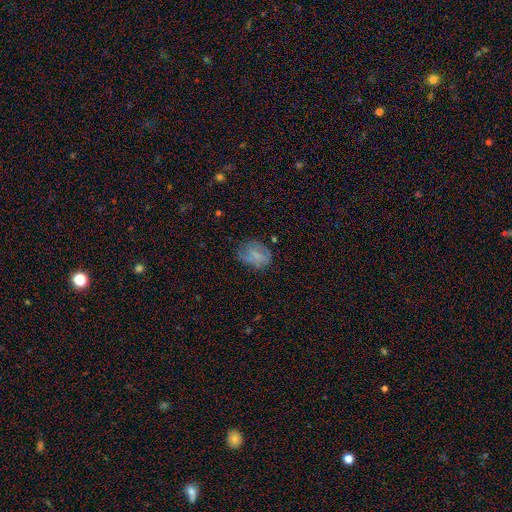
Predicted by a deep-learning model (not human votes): smooth 52%, featured or disk 34%, star or artifact 13%. Down the decision tree: how rounded — in between (62%); merging — none (59%).